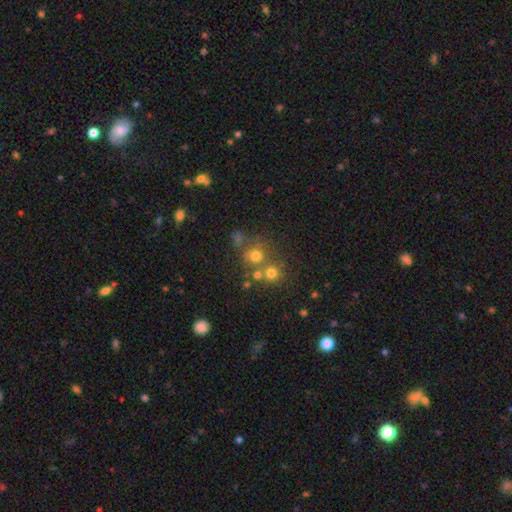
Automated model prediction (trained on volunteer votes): This is likely a smooth galaxy (67%). How rounded: clearly round (86%). Merging: possibly none (55%).